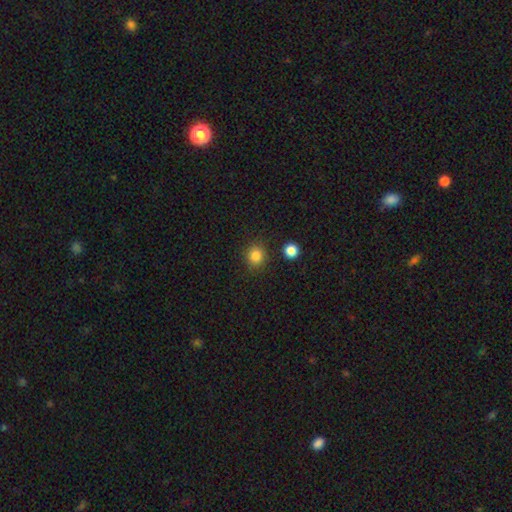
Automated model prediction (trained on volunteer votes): This is clearly a smooth galaxy (85%). How rounded: clearly round (85%). Merging: clearly none (86%).